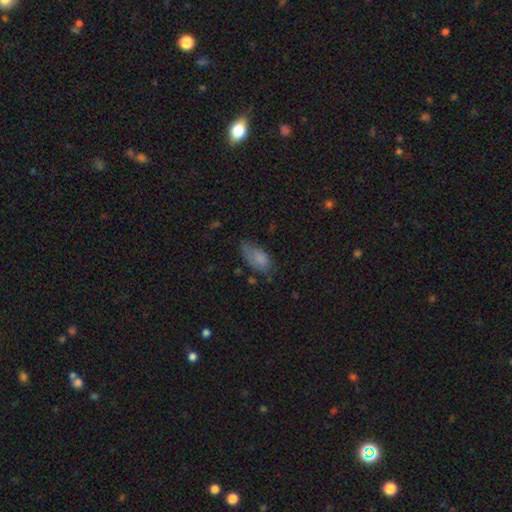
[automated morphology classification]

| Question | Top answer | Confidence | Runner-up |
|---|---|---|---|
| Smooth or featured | smooth | 68% | featured or disk (20%) |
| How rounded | in between | 90% | cigar-shaped (6%) |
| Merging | none | 46% | minor disturbance (32%) |